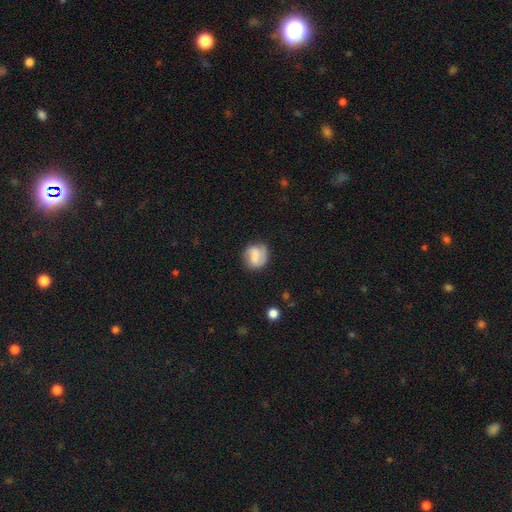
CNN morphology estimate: smooth_or_featured: featured or disk (p=0.47) [alt: smooth p=0.45]
merging: none (p=0.73) [alt: minor disturbance p=0.18]